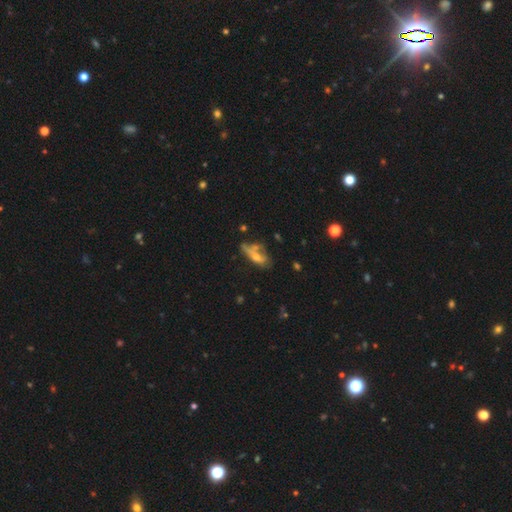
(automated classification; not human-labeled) smooth_or_featured: smooth (p=0.48) [alt: featured or disk p=0.41]
merging: none (p=0.33) [alt: major disturbance p=0.23]